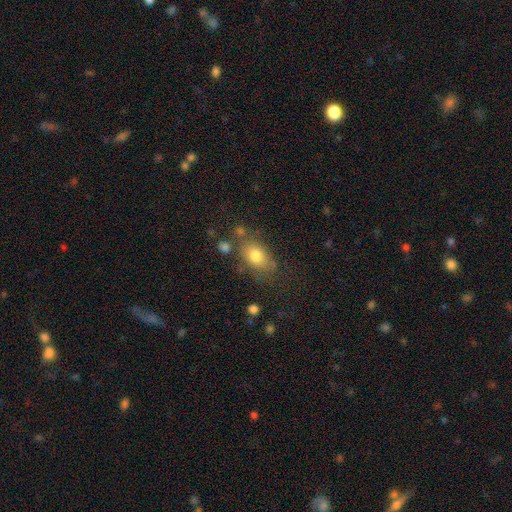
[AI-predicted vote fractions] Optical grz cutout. It shows a smooth galaxy with no disk features (77%) that is in between round and cigar-shaped (80%). Merging: none (69%).